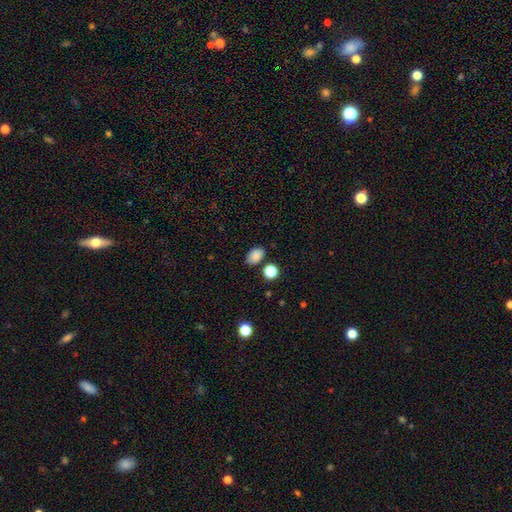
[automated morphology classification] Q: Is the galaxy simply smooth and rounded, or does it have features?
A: smooth — 84%.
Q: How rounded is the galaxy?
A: in between — 82%.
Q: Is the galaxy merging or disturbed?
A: none — 75%.